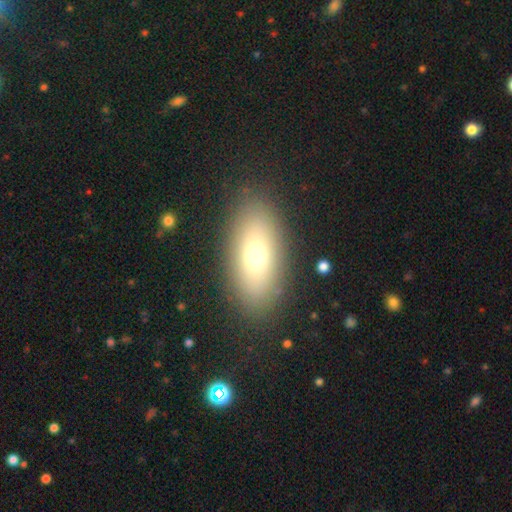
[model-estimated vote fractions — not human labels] The model was most divided on "smooth or featured": smooth: 70%, featured or disk: 19%, star or artifact: 11%. More confident: how rounded — in between (86%); merging — none (85%).